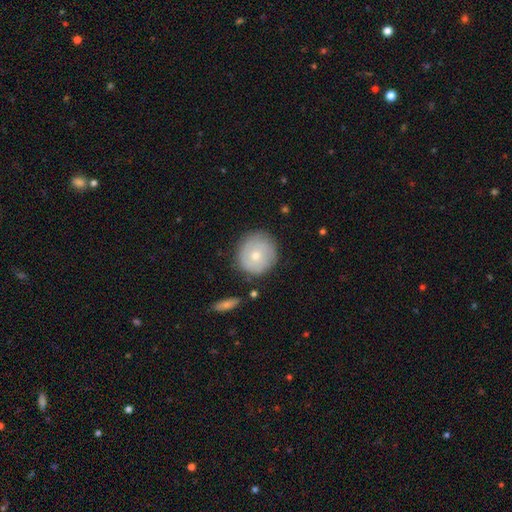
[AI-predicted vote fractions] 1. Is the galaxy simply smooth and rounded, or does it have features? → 54% smooth, 39% featured or disk, 7% star or artifact.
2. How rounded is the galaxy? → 88% round, 11% in between, 1% cigar-shaped.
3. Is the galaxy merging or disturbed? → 78% none, 15% minor disturbance, 4% major disturbance, 3% merger.